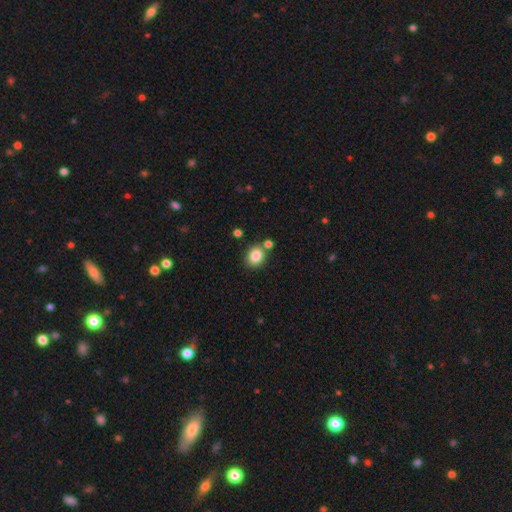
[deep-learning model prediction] smooth 84%, star or artifact 10%, featured or disk 6%. Down the decision tree: how rounded — round (55%); merging — none (74%).